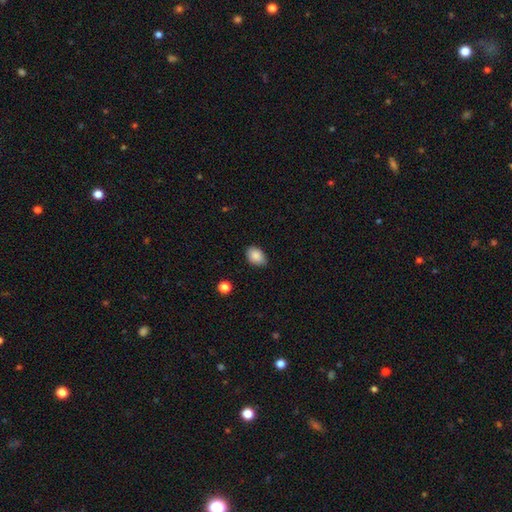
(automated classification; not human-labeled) Smooth or featured? smooth (87%)
How rounded? in between (78%)
Merging? none (78%)